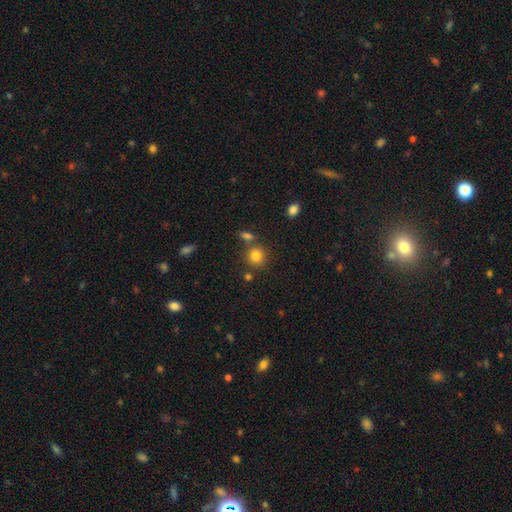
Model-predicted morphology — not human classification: smooth 82%, star or artifact 12%, featured or disk 6%. Down the decision tree: how rounded — round (86%); merging — none (73%).